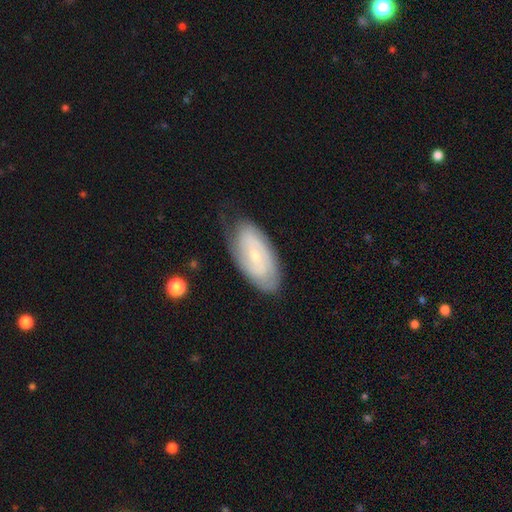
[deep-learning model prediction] Q: Smooth or featured?
A: featured or disk (62%); runner-up: smooth (32%)
Q: Edge-on disk?
A: no (92%); runner-up: yes (8%)
Q: Bar?
A: no (62%); runner-up: weak (31%)
Q: Spiral arms?
A: yes (81%); runner-up: no (19%)
Q: Bulge size?
A: small (73%); runner-up: moderate (22%)
Q: Merging?
A: none (72%); runner-up: minor disturbance (21%)